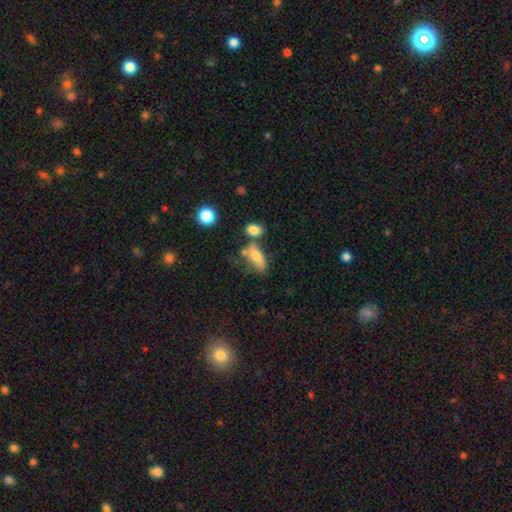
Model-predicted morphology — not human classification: Q: Smooth or featured?
A: smooth (64%); runner-up: featured or disk (26%)
Q: How rounded?
A: in between (76%); runner-up: cigar-shaped (17%)
Q: Merging?
A: none (34%); runner-up: merger (30%)